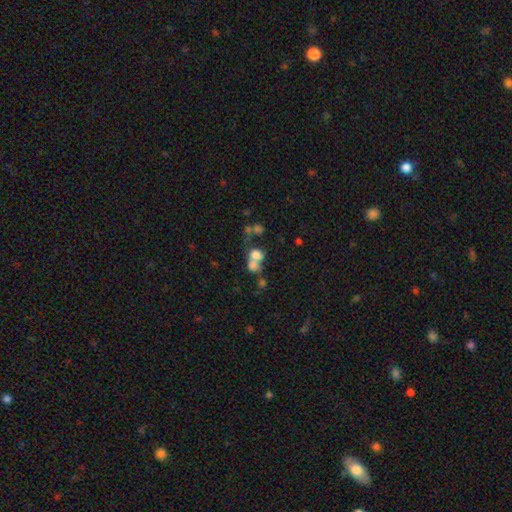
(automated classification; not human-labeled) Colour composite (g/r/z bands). It shows a smooth galaxy with no disk features (66%) that is round (57%). Merging: merger (59%).